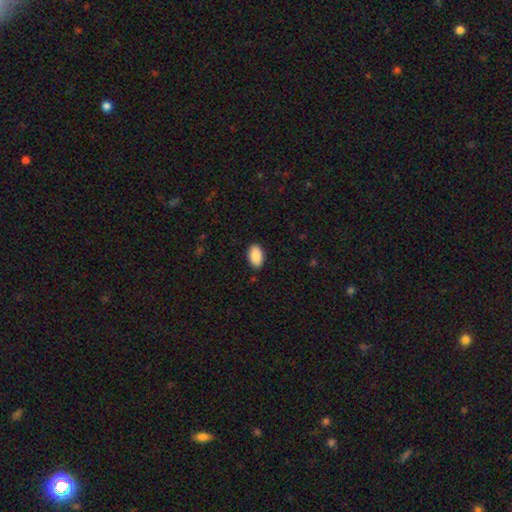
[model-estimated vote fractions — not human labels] A smooth galaxy with no disk features (90%) that is in between round and cigar-shaped (94%).

Vote fractions:
- Smooth or featured? smooth: 90% / star or artifact: 6% / featured or disk: 3%
- How rounded? in between: 94% / round: 4% / cigar-shaped: 1%
- Merging? none: 88% / minor disturbance: 9% / major disturbance: 2% / merger: 1%